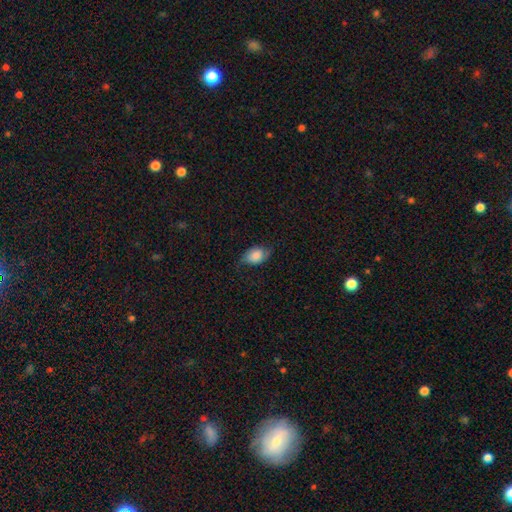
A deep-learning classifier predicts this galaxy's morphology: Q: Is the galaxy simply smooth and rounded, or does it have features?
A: smooth — 73%.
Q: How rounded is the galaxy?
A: in between — 79%.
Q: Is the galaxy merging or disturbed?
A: none — 63%.